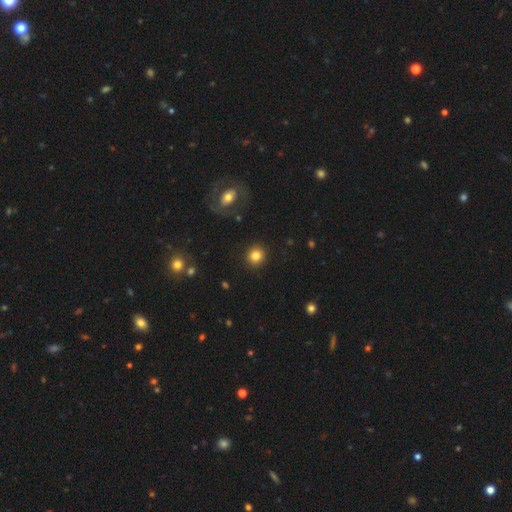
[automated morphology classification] A smooth galaxy with no disk features (83%) that is round (90%).

Vote fractions:
- Smooth or featured? smooth: 83% / star or artifact: 11% / featured or disk: 6%
- How rounded? round: 90% / in between: 9% / cigar-shaped: 1%
- Merging? none: 91% / minor disturbance: 5% / major disturbance: 2% / merger: 1%